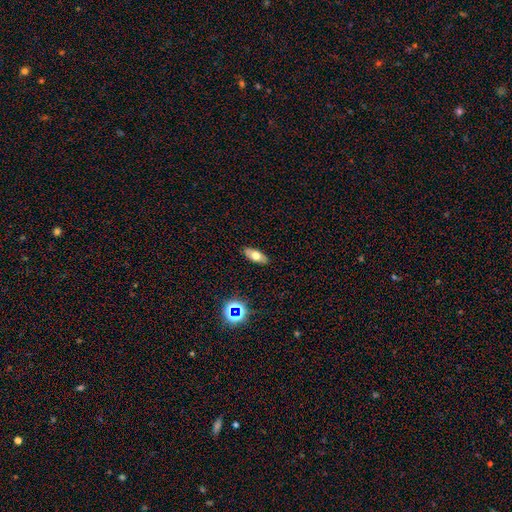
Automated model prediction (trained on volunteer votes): smooth 62%, featured or disk 27%, star or artifact 11%. Down the decision tree: how rounded — in between (79%); merging — none (89%).